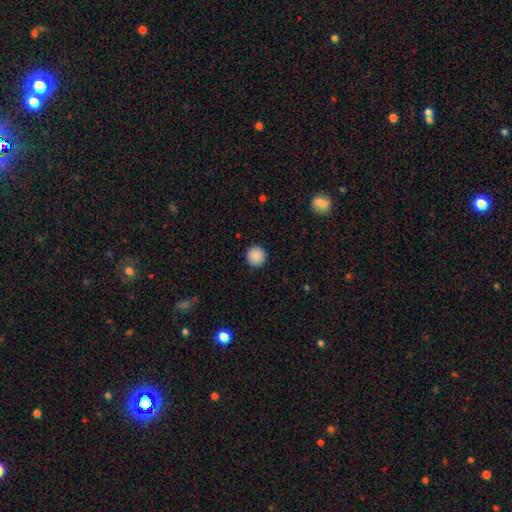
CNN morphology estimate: smooth 89%, star or artifact 8%, featured or disk 2%. Down the decision tree: how rounded — round (96%); merging — none (92%).